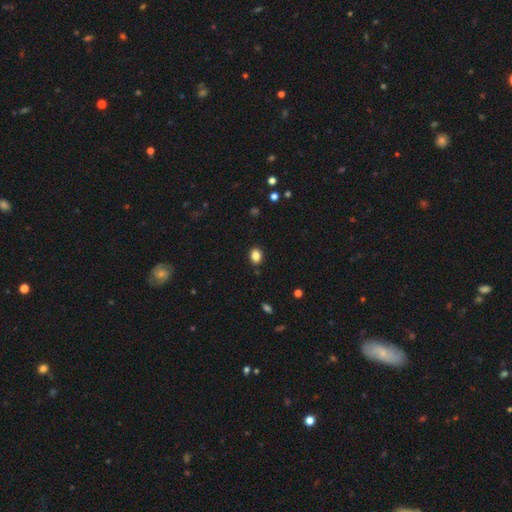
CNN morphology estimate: This appears to be a smooth galaxy with no disk features (85%) that is in between round and cigar-shaped (64%). Merging: none (87%).